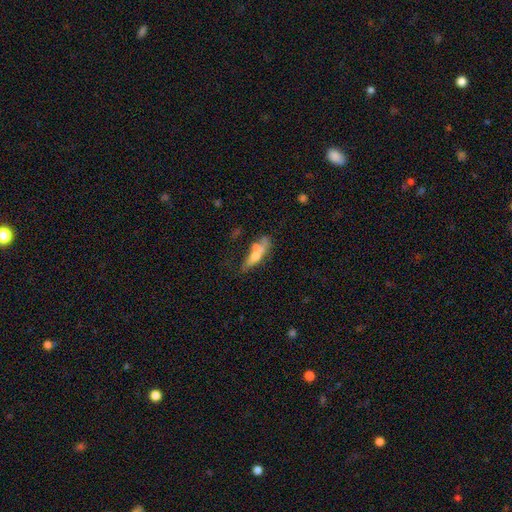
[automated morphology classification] A smooth galaxy with no disk features (50%) that is cigar-shaped (56%).

Vote fractions:
- Smooth or featured? smooth: 50% / featured or disk: 41% / star or artifact: 9%
- How rounded? cigar-shaped: 56% / in between: 40% / round: 4%
- Merging? none: 38% / merger: 28% / minor disturbance: 21% / major disturbance: 14%